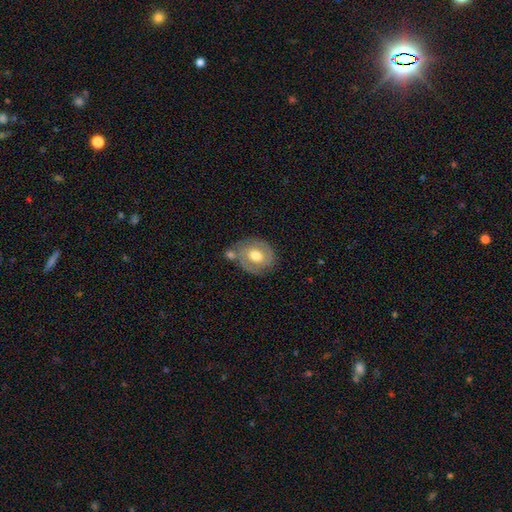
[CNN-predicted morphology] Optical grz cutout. It shows a featured or disk galaxy (52%). Merging: none (56%).